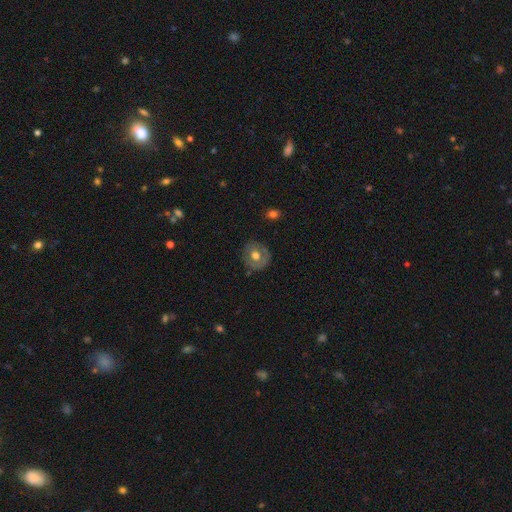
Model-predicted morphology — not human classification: Q: Smooth or featured?
A: smooth (52%); runner-up: featured or disk (40%)
Q: How rounded?
A: round (84%); runner-up: in between (15%)
Q: Merging?
A: none (78%); runner-up: minor disturbance (16%)